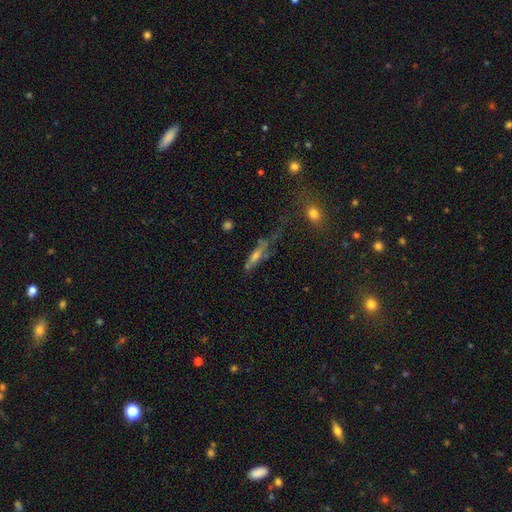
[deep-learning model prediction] A featured or disk galaxy (43%). Merging: none (45%).